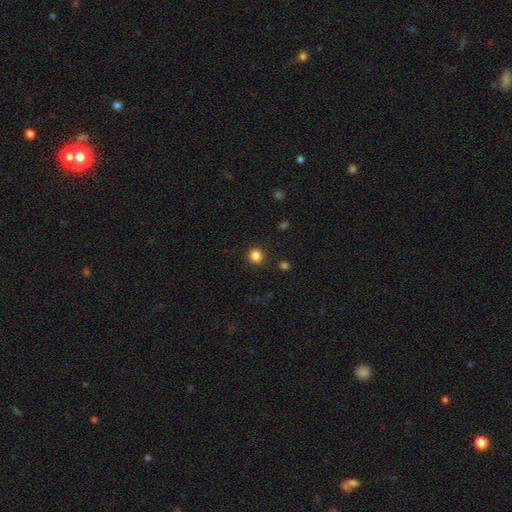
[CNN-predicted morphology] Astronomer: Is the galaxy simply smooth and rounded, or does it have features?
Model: smooth — 85%.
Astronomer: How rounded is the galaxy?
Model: round — 92%.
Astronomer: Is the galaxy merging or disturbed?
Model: none — 91%.